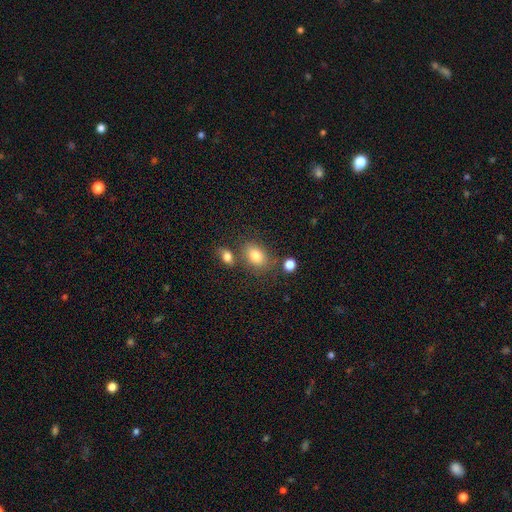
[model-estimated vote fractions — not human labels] A smooth galaxy with no disk features (81%) that is in between round and cigar-shaped (75%). Merging: none (66%).